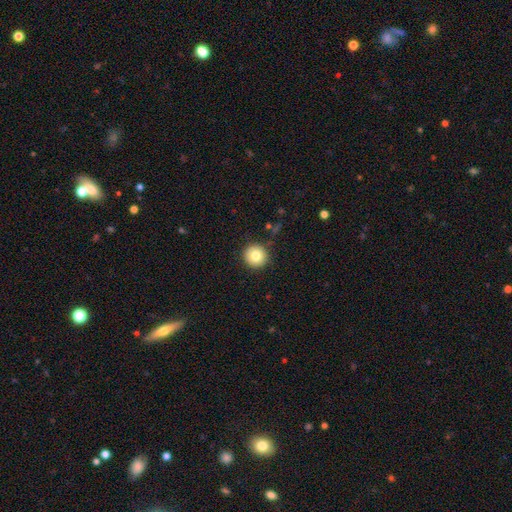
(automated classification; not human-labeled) A smooth galaxy with no disk features (80%) that is round (96%). Merging: none (91%).